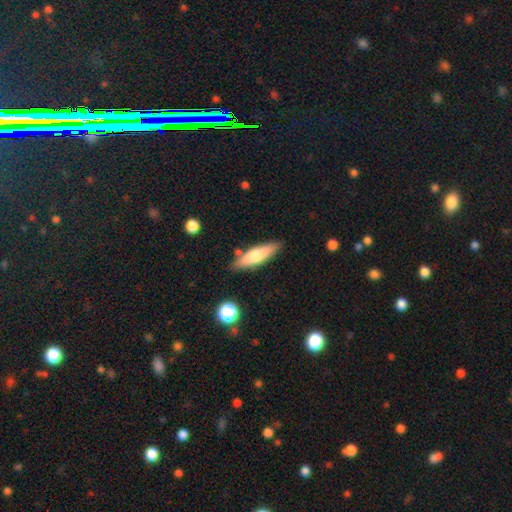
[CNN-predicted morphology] Q: Smooth or featured?
A: smooth (62%); runner-up: featured or disk (32%)
Q: How rounded?
A: cigar-shaped (66%); runner-up: in between (32%)
Q: Merging?
A: none (82%); runner-up: minor disturbance (11%)